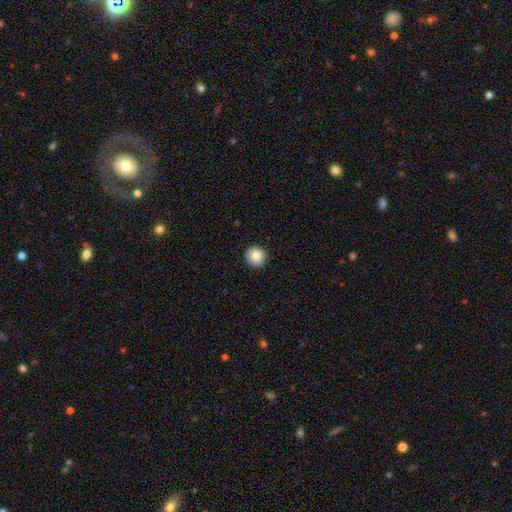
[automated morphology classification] smooth 83%, star or artifact 9%, featured or disk 8%. Down the decision tree: how rounded — round (96%); merging — none (92%).